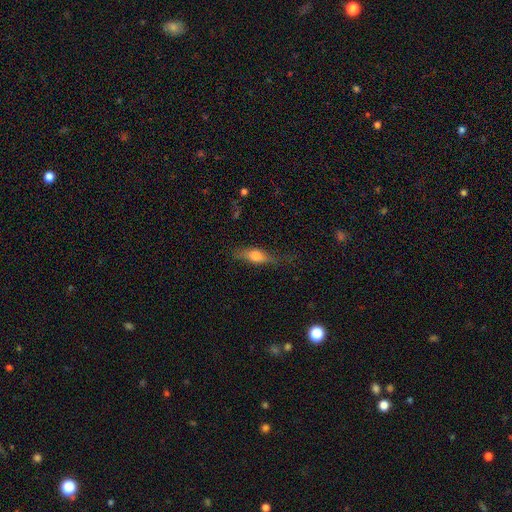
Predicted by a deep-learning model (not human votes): The model was most divided on "how rounded": in between: 58%, cigar-shaped: 37%, round: 5%. More confident: merging — none (61%); smooth or featured — smooth (60%).